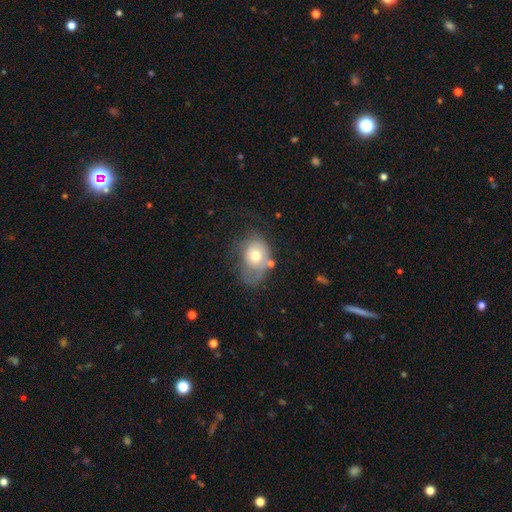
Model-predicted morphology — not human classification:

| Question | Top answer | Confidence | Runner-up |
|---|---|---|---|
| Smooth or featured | smooth | 60% | featured or disk (31%) |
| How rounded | in between | 59% | round (40%) |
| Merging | major disturbance | 32% | none (30%) |